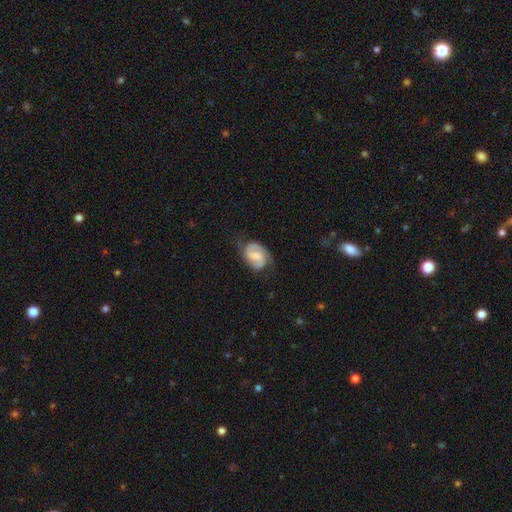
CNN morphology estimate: type=featured or disk (65%); edge-on=no (97%); bar=weak (50%); spiral arms=yes (92%); winding=medium (45%); arm count=2 (79%); bulge=moderate (43%); merging=none (61%).